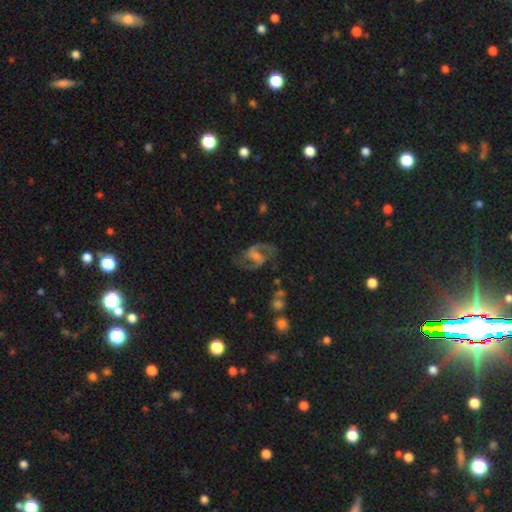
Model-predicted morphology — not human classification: This is clearly a featured or disk galaxy (86%). It is clearly not viewed edge-on (98%). Bar: possibly weak (50%). Spiral arm pattern: clearly yes (96%). Spiral arm count: clearly 2 (93%). Spiral winding: possibly medium (58%). Central bulge: marginally small (40%). Merging: likely none (73%).